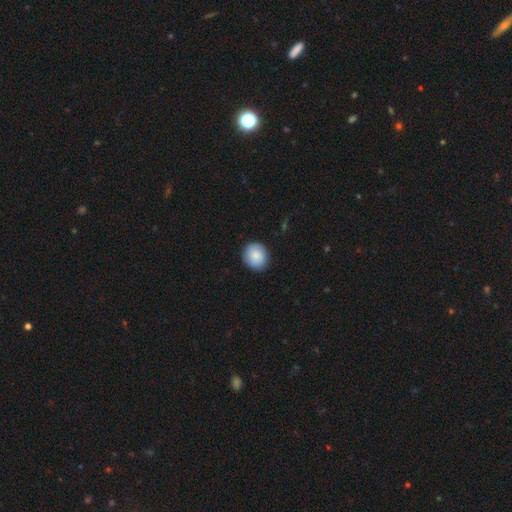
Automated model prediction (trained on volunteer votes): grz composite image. It shows a smooth galaxy with no disk features (86%) that is round (77%). Merging: none (88%).